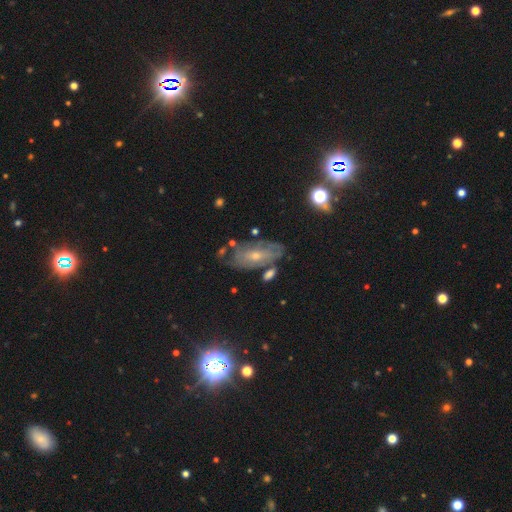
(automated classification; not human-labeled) Smooth or featured? Predicted: featured or disk (p=0.64). Edge-on disk? Predicted: no (p=0.86). Bar? Predicted: no (p=0.68). Spiral arms? Predicted: yes (p=0.71). Bulge size? Predicted: small (p=0.57). Merging? Predicted: none (p=0.68).